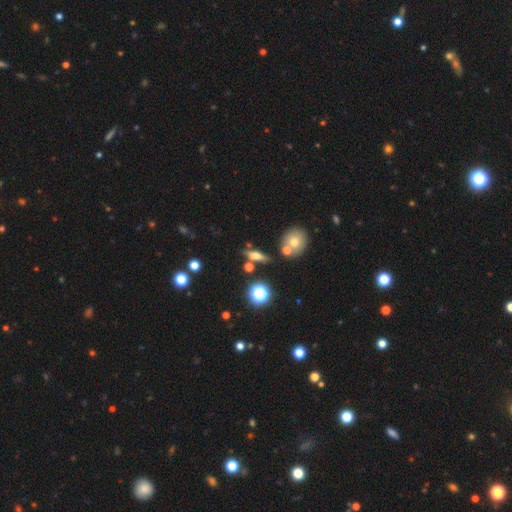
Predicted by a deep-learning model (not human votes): Overall: smooth (43%; featured or disk 42%). Merging: none (73%).